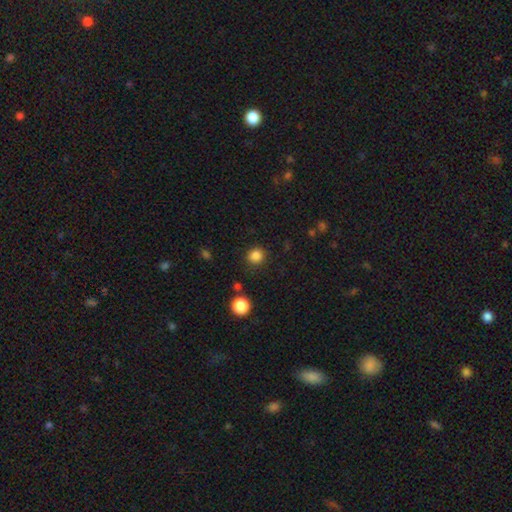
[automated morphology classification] type=smooth (84%); roundness=round (89%); merging=none (88%).